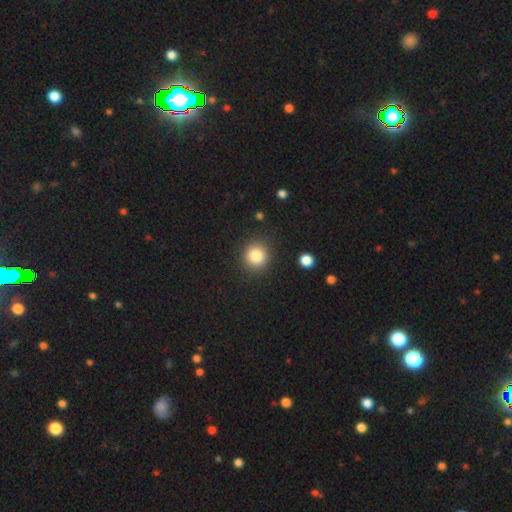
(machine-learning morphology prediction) smooth-or-featured: smooth: 84% | star or artifact: 11% | featured or disk: 5%
  how-rounded: round: 91% | in between: 8% | cigar-shaped: 1%
  merging: none: 89% | minor disturbance: 7% | major disturbance: 3% | merger: 2%